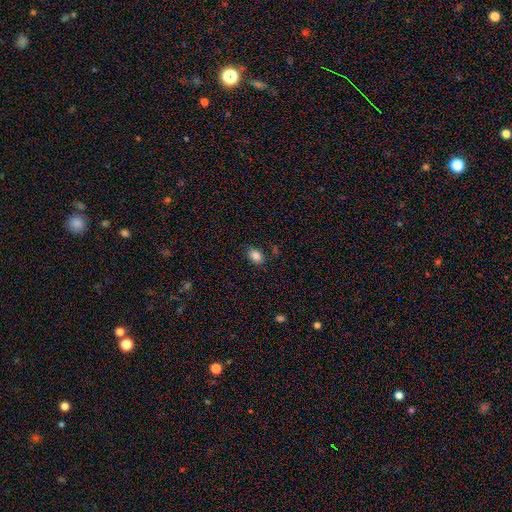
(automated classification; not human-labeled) Q: Smooth or featured?
A: smooth (86%); runner-up: star or artifact (9%)
Q: How rounded?
A: in between (79%); runner-up: round (20%)
Q: Merging?
A: none (82%); runner-up: minor disturbance (12%)